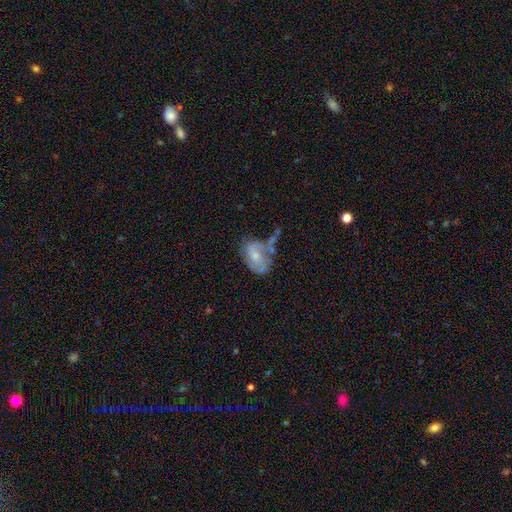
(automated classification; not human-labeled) smooth-or-featured: featured or disk: 46% (tied) | smooth: 46% (tied) | star or artifact: 8%
  merging: none: 35% | minor disturbance: 28% | major disturbance: 19% | merger: 17%